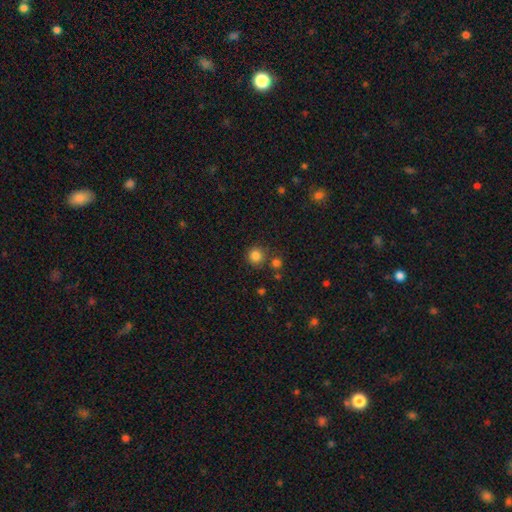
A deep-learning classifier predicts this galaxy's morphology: The model was most divided on "smooth or featured": smooth: 82%, star or artifact: 13%, featured or disk: 5%. More confident: how rounded — round (93%); merging — none (79%).